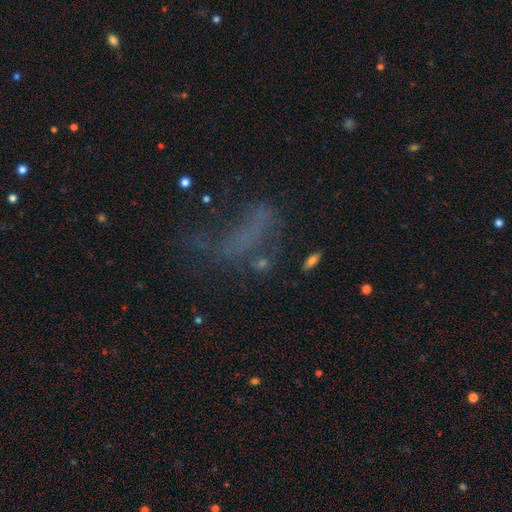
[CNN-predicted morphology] This appears to be a smooth galaxy with no disk features (37%). Merging: major disturbance (42%).